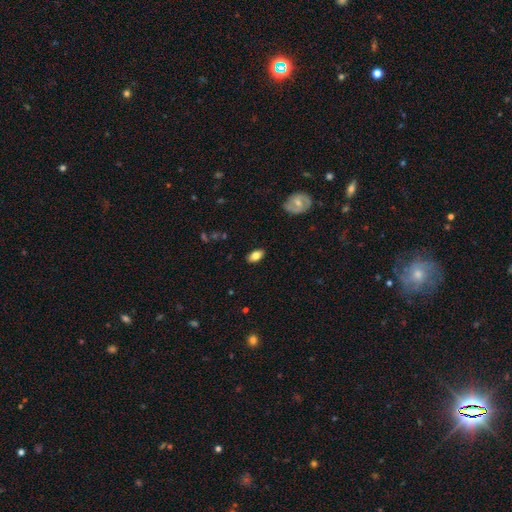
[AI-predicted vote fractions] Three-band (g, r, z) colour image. It shows a smooth galaxy with no disk features (80%) that is in between round and cigar-shaped (91%). Merging: none (87%).